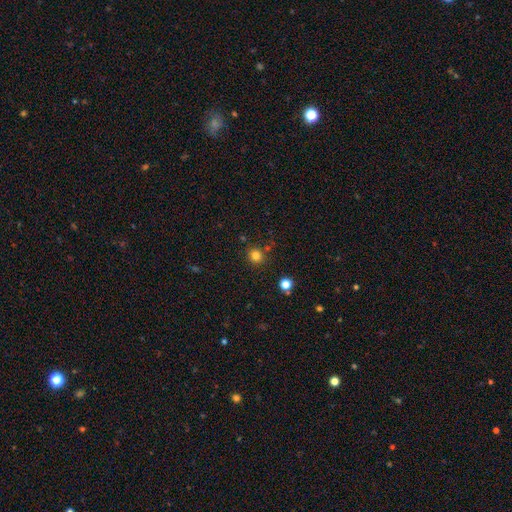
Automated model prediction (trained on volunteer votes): The model was most divided on "smooth or featured": smooth: 80%, star or artifact: 14%, featured or disk: 5%. More confident: how rounded — round (91%); merging — none (83%).